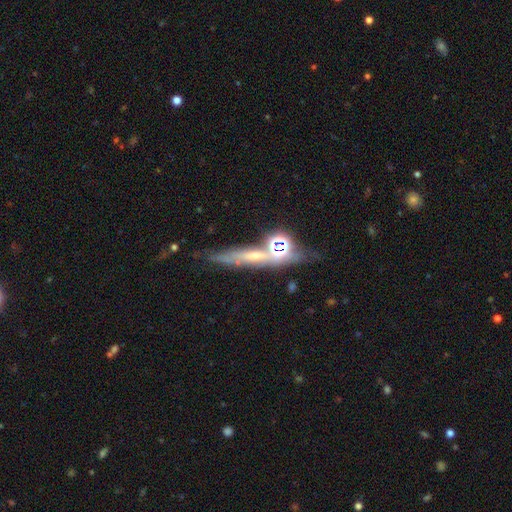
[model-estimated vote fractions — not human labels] Overall: featured or disk (43%; star or artifact 31%). Merging: none (59%).